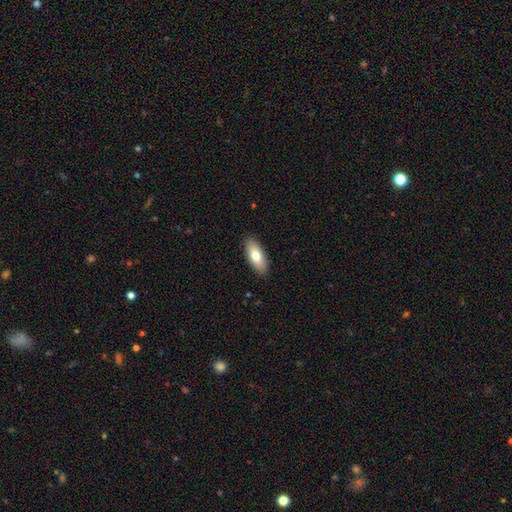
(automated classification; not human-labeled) Q: Smooth or featured?
A: smooth (77%); runner-up: featured or disk (17%)
Q: How rounded?
A: in between (80%); runner-up: cigar-shaped (18%)
Q: Merging?
A: none (90%); runner-up: minor disturbance (8%)